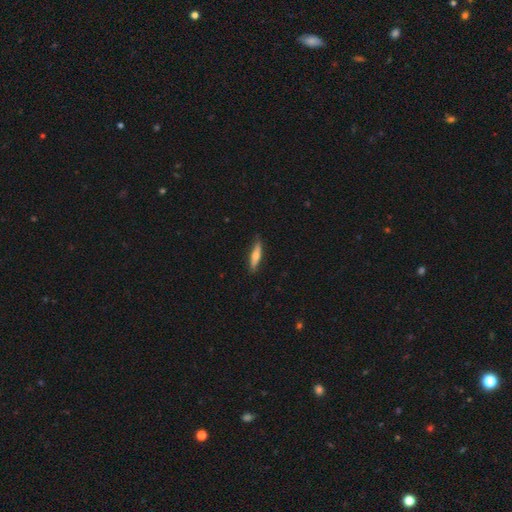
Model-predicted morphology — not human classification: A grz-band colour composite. It shows a smooth galaxy with no disk features (57%) that is cigar-shaped (78%). Merging: none (85%).